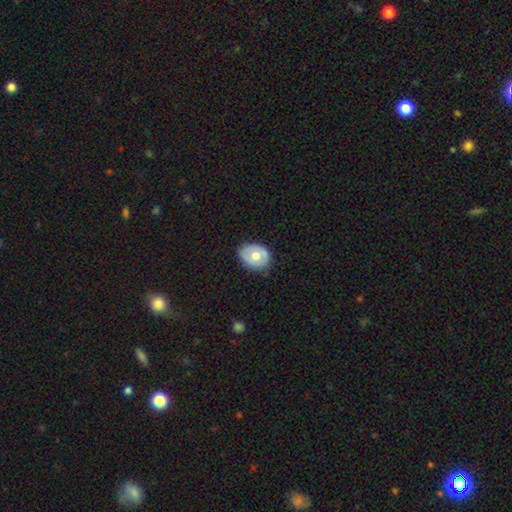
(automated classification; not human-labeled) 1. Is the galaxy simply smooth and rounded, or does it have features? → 58% smooth, 36% featured or disk, 6% star or artifact.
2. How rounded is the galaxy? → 55% in between, 44% round, 1% cigar-shaped.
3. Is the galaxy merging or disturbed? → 78% none, 17% minor disturbance, 3% major disturbance, 1% merger.